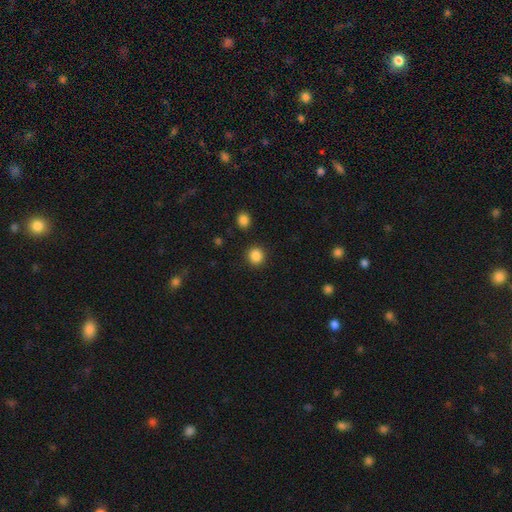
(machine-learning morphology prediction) Smooth or featured?
  - smooth: 87% *
  - star or artifact: 10%
  - featured or disk: 3%
How rounded?
  - round: 92% *
  - in between: 7%
  - cigar-shaped: 1%
Merging?
  - none: 91% *
  - minor disturbance: 5%
  - major disturbance: 2%
  - merger: 2%